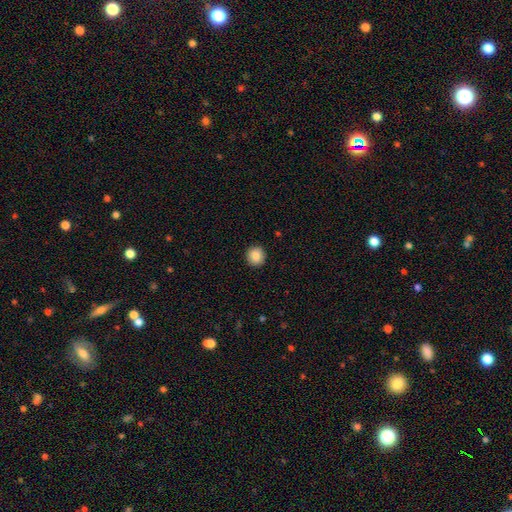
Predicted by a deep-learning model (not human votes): Smooth or featured?
  - smooth: 87% *
  - star or artifact: 8%
  - featured or disk: 5%
How rounded?
  - round: 91% *
  - in between: 9%
  - cigar-shaped: 1%
Merging?
  - none: 92% *
  - minor disturbance: 5%
  - major disturbance: 2%
  - merger: 1%